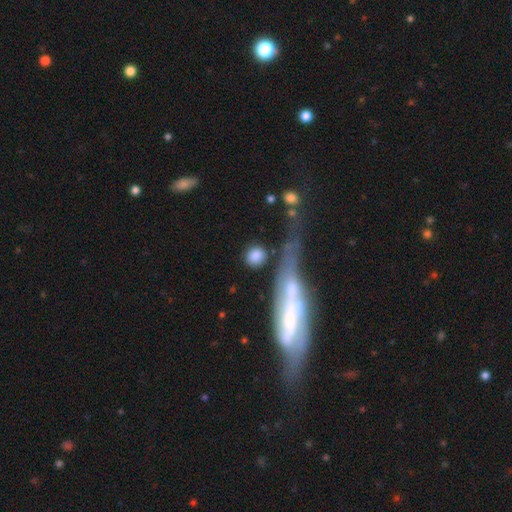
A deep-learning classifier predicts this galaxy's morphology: Overall: smooth (82%). How rounded: round (75%). Merging: none (73%).